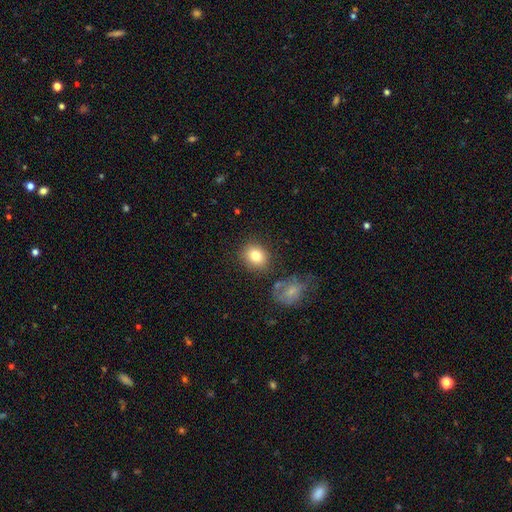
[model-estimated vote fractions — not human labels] The model was most divided on "how rounded": round: 66%, in between: 33%, cigar-shaped: 1%. More confident: smooth or featured — smooth (81%); merging — none (81%).